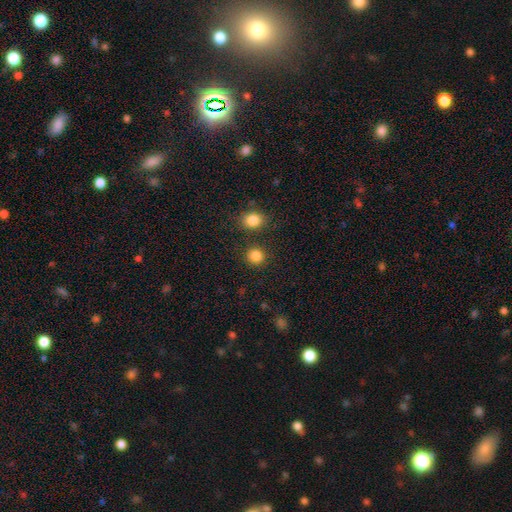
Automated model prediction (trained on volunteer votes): A smooth galaxy with no disk features (84%) that is round (91%).

Vote fractions:
- Smooth or featured? smooth: 84% / star or artifact: 12% / featured or disk: 4%
- How rounded? round: 91% / in between: 8% / cigar-shaped: 1%
- Merging? none: 86% / minor disturbance: 6% / merger: 6% / major disturbance: 3%